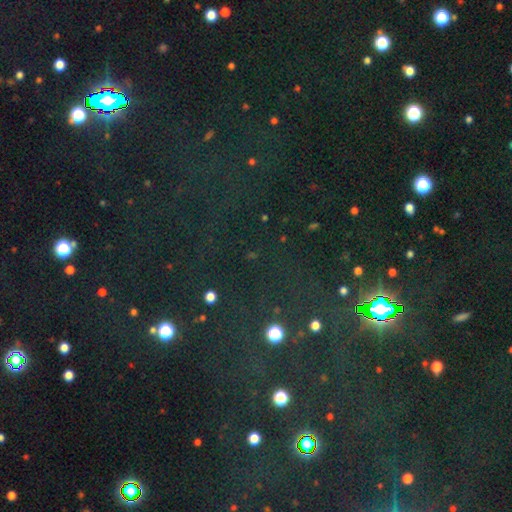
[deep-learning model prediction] Morphology: type=star or artifact (79%).